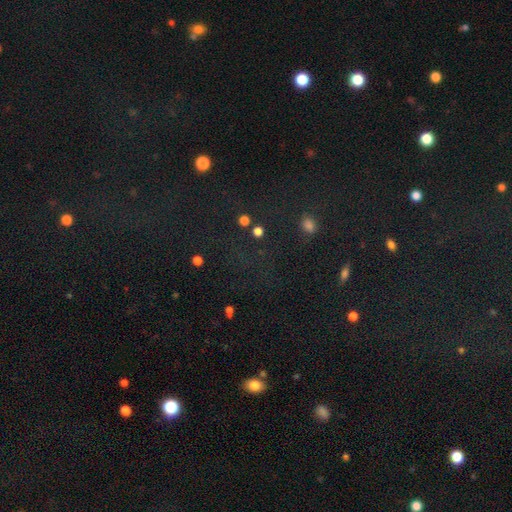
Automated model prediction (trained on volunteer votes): Q: Smooth or featured?
A: star or artifact (69%); runner-up: smooth (21%)